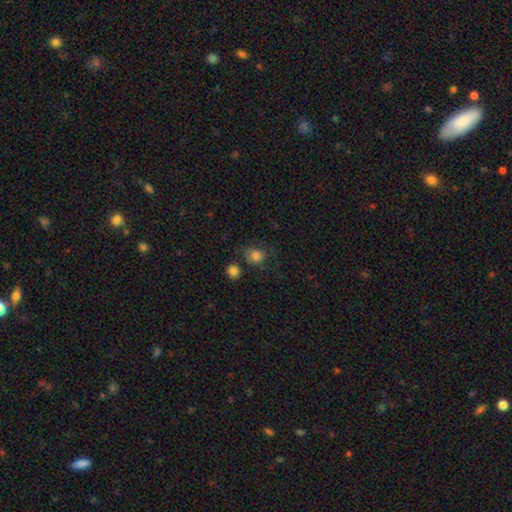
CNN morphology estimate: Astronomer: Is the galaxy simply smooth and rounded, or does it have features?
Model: smooth — 81%.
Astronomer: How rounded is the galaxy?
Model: round — 73%.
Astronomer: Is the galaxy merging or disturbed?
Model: none — 64%.